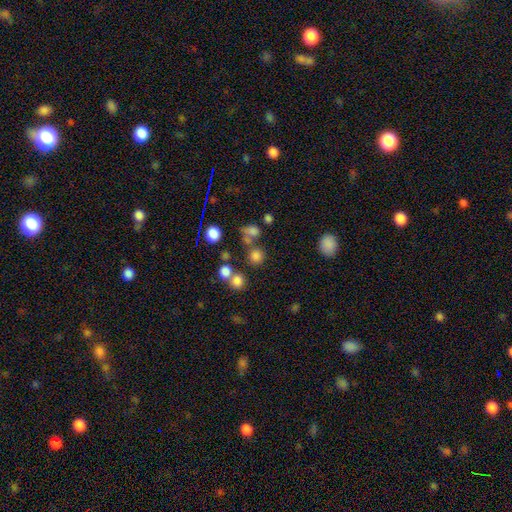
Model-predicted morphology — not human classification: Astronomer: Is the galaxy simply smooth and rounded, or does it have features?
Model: smooth — 75%.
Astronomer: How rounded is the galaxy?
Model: round — 89%.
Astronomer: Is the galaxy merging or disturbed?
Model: none — 66%.